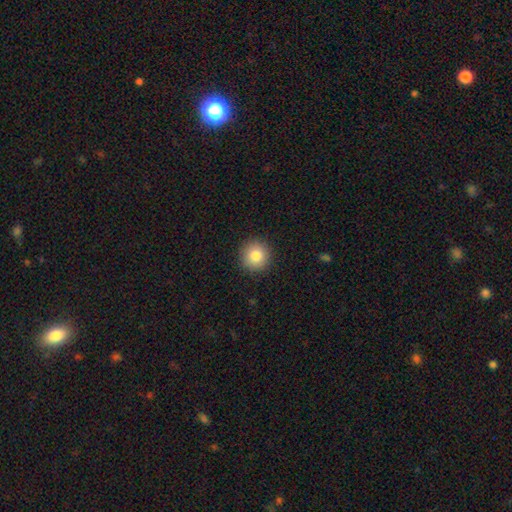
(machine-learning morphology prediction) Overall: smooth (83%). How rounded: round (94%). Merging: none (92%).